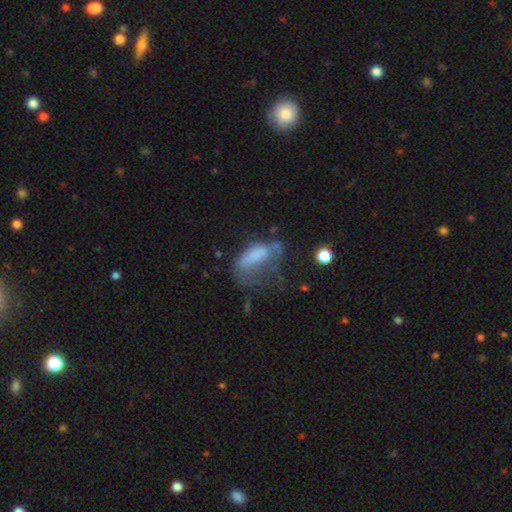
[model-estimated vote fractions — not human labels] smooth_or_featured: smooth (p=0.57) [alt: featured or disk p=0.31]
how_rounded: in between (p=0.81) [alt: cigar-shaped p=0.14]
merging: major disturbance (p=0.50) [alt: minor disturbance p=0.22]